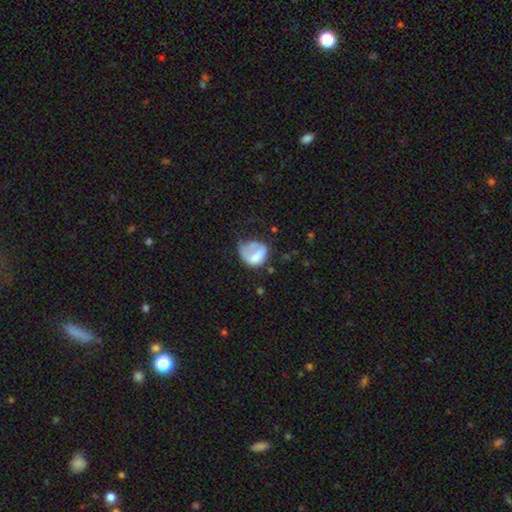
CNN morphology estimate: The model was most divided on "how rounded": round: 53%, in between: 46%, cigar-shaped: 1%. Remaining: smooth or featured — smooth (58%); merging — major disturbance (42%).